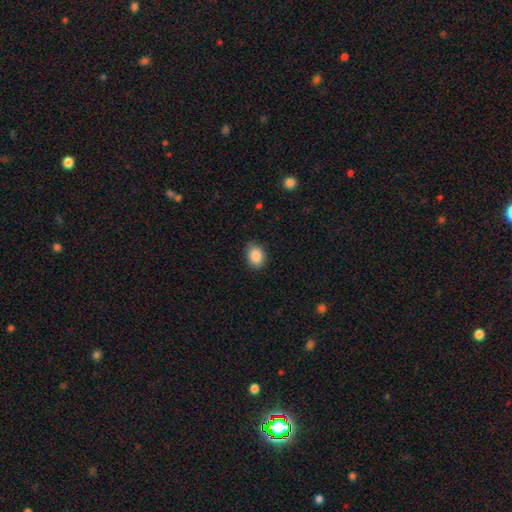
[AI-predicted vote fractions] smooth-or-featured: smooth: 88% | star or artifact: 8% | featured or disk: 4%
  how-rounded: in between: 65% | round: 34% | cigar-shaped: 1%
  merging: none: 84% | minor disturbance: 12% | major disturbance: 2% | merger: 1%